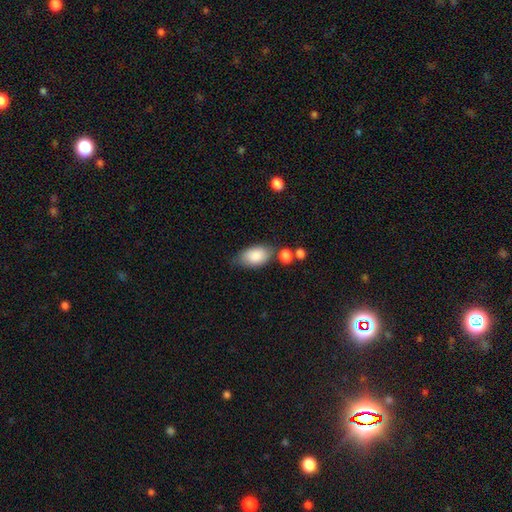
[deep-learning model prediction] A smooth galaxy with no disk features (85%) that is in between round and cigar-shaped (93%). Merging: none (63%).